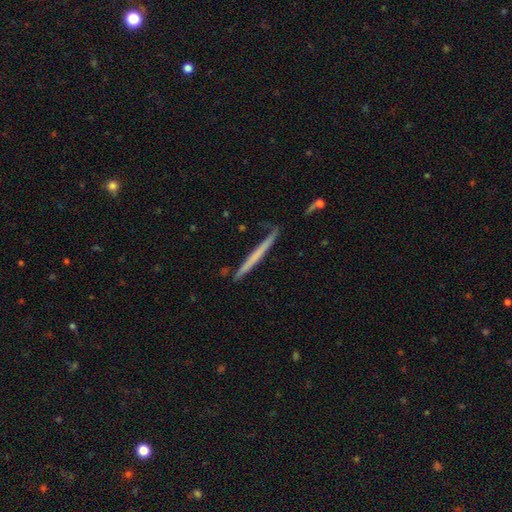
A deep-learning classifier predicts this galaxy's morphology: featured or disk 47% (tied), smooth 47% (tied), star or artifact 6%. Down the decision tree: merging — none (85%).